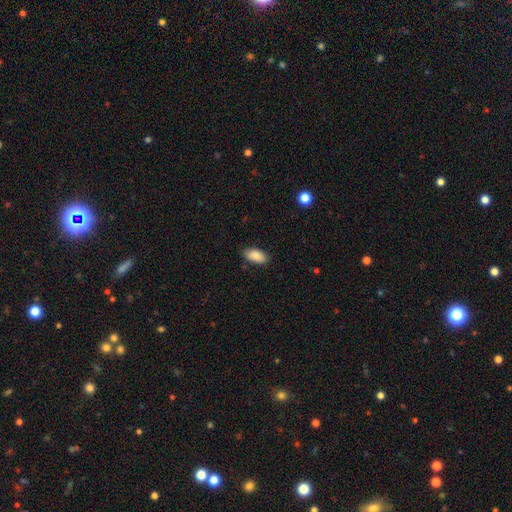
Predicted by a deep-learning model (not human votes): Smooth or featured: smooth — 88% (star or artifact — 7%)
How rounded: in between — 93% (cigar-shaped — 4%)
Merging: none — 85% (minor disturbance — 11%)